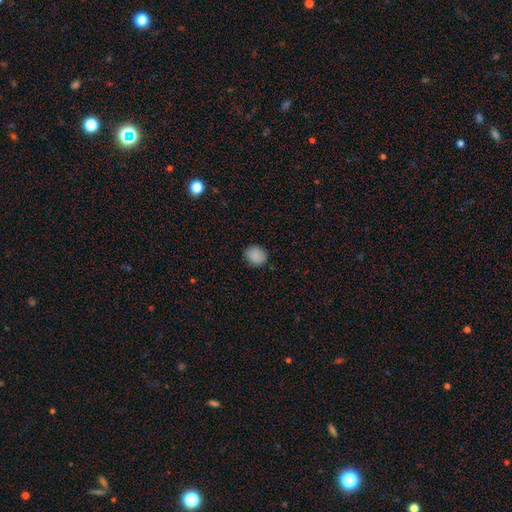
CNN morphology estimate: smooth-or-featured: smooth: 88% | star or artifact: 8% | featured or disk: 3%
  how-rounded: round: 78% | in between: 21% | cigar-shaped: 1%
  merging: none: 87% | minor disturbance: 10% | major disturbance: 2% | merger: 1%